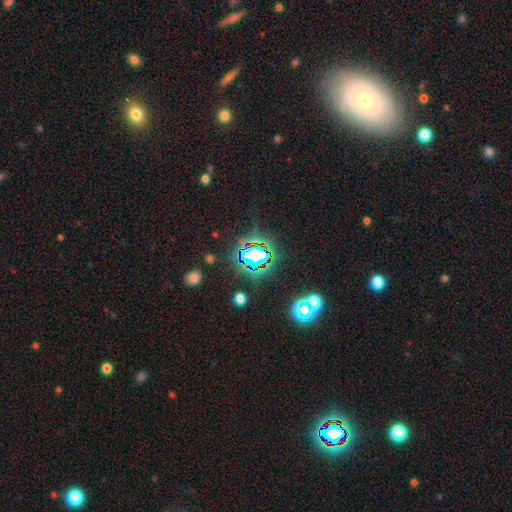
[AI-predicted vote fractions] smooth_or_featured: star or artifact (p=0.70) [alt: smooth p=0.17]